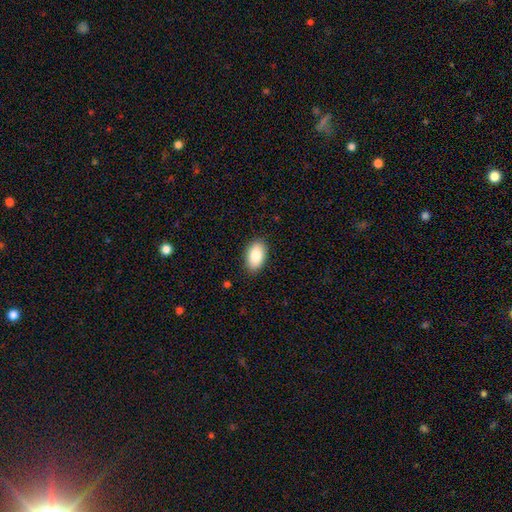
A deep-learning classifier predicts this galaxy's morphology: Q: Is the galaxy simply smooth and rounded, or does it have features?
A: smooth — 85%.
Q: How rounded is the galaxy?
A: in between — 93%.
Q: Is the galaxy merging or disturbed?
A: none — 87%.